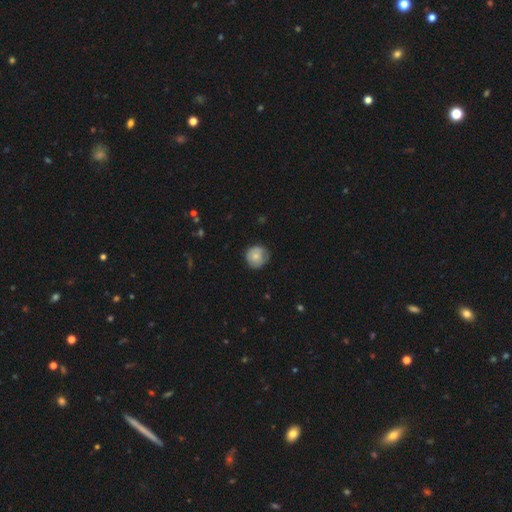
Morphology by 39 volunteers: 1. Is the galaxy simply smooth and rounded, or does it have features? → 72% smooth, 21% featured or disk, 8% star or artifact.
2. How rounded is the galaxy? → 82% round, 18% in between, 0% cigar-shaped.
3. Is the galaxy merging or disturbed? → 64% none, 28% minor disturbance, 8% major disturbance, 0% merger.